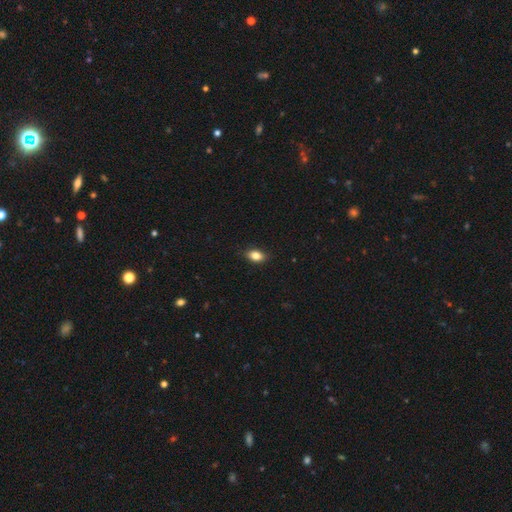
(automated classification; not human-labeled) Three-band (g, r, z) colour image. It shows a smooth galaxy with no disk features (84%) that is in between round and cigar-shaped (86%). Merging: none (86%).